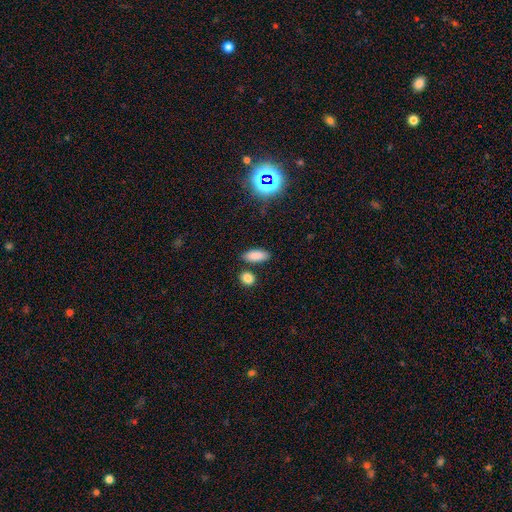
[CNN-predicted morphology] smooth-or-featured: smooth: 84% | star or artifact: 10% | featured or disk: 5%
  how-rounded: in between: 81% | cigar-shaped: 15% | round: 4%
  merging: none: 81% | minor disturbance: 10% | merger: 6% | major disturbance: 3%